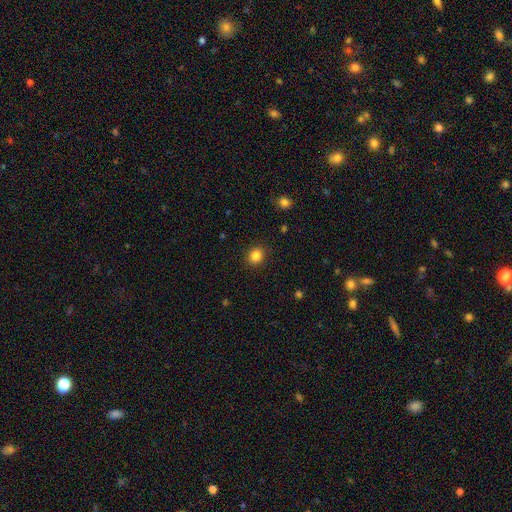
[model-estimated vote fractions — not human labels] Morphology: type=smooth (85%); roundness=round (70%); merging=none (89%).